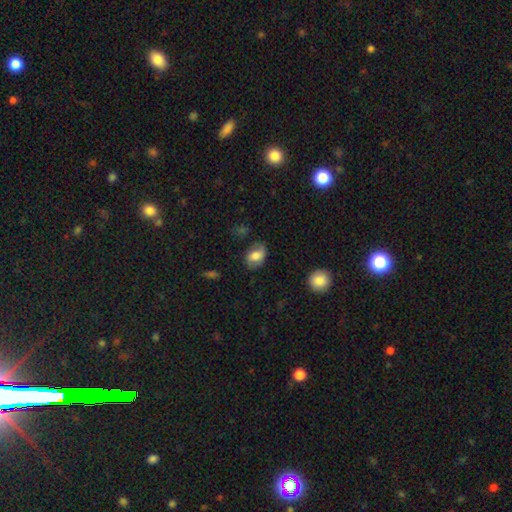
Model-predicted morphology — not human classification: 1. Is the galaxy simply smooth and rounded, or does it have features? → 67% smooth, 25% featured or disk, 8% star or artifact.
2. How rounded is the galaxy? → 81% in between, 17% round, 2% cigar-shaped.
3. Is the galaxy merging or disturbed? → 67% none, 24% minor disturbance, 8% major disturbance, 2% merger.